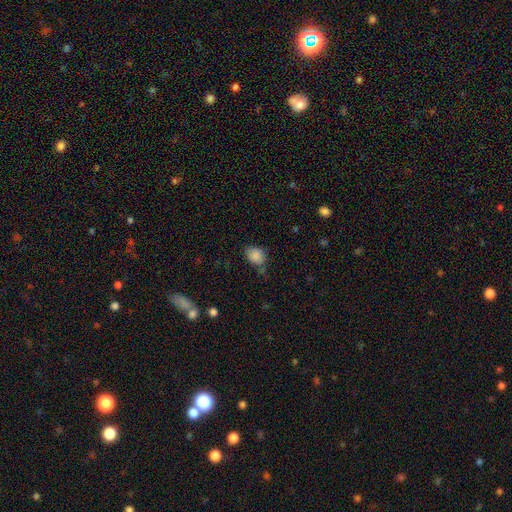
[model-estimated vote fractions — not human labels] This appears to be a smooth galaxy with no disk features (85%) that is in between round and cigar-shaped (55%). Merging: none (60%).